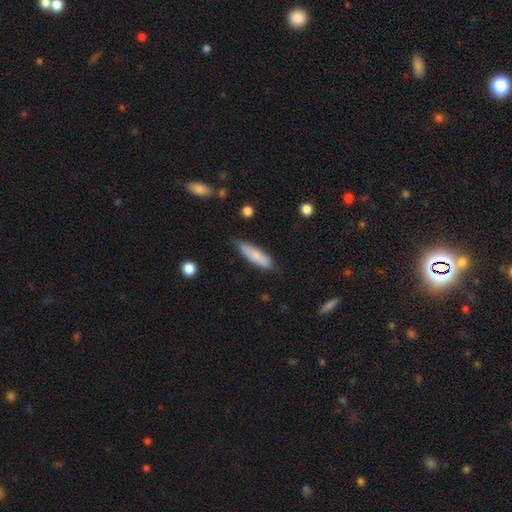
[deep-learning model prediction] This is likely a smooth galaxy (78%). How rounded: likely cigar-shaped (63%). Merging: likely none (78%).